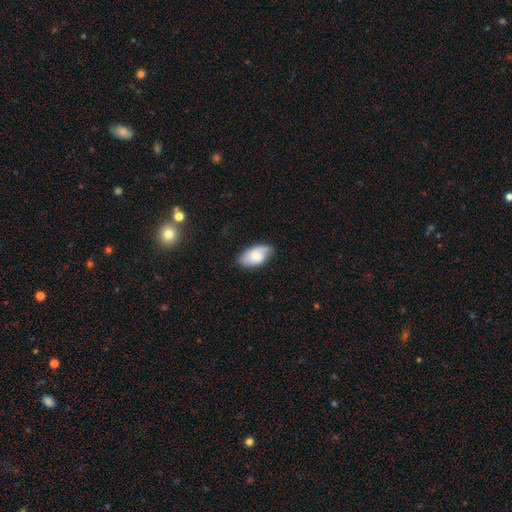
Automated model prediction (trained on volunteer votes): smooth-or-featured: smooth: 68% | featured or disk: 25% | star or artifact: 7%
  how-rounded: in between: 94% | round: 4% | cigar-shaped: 2%
  merging: none: 65% | minor disturbance: 27% | major disturbance: 6% | merger: 1%